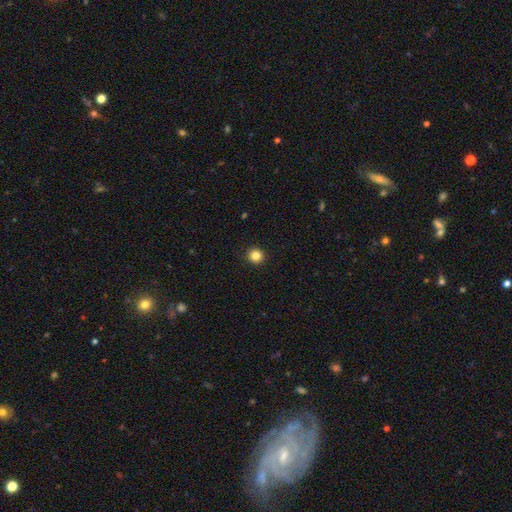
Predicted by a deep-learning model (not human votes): This appears to be a smooth galaxy with no disk features (84%) that is round (95%). Merging: none (93%).